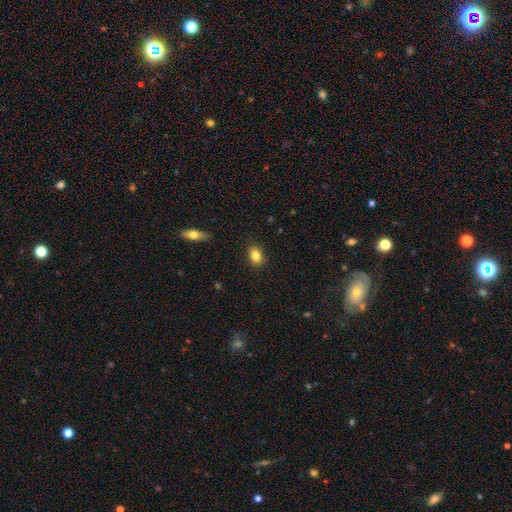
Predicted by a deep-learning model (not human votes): A smooth galaxy with no disk features (84%) that is in between round and cigar-shaped (76%).

Vote fractions:
- Smooth or featured? smooth: 84% / star or artifact: 9% / featured or disk: 8%
- How rounded? in between: 76% / round: 23% / cigar-shaped: 2%
- Merging? none: 87% / minor disturbance: 9% / major disturbance: 2% / merger: 1%